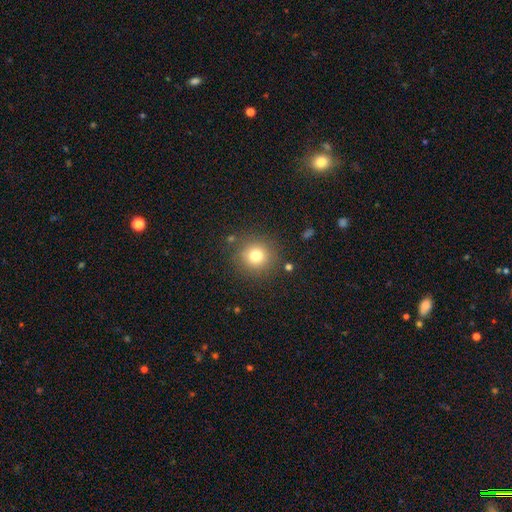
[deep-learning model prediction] This appears to be a smooth galaxy with no disk features (77%) that is round (93%). Merging: none (85%).